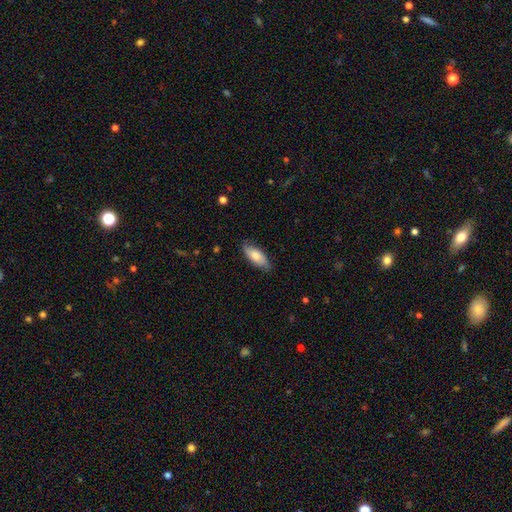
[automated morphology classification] smooth 74%, featured or disk 21%, star or artifact 6%. Down the decision tree: how rounded — in between (78%); merging — none (77%).